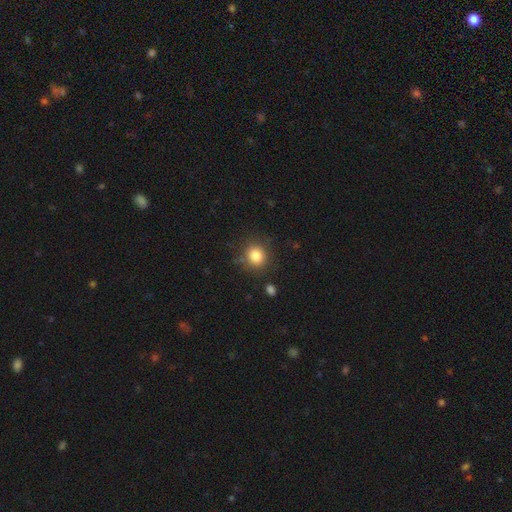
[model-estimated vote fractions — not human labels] The model was most divided on "how rounded": round: 84%, in between: 15%, cigar-shaped: 1%. More confident: smooth or featured — smooth (83%); merging — none (83%).